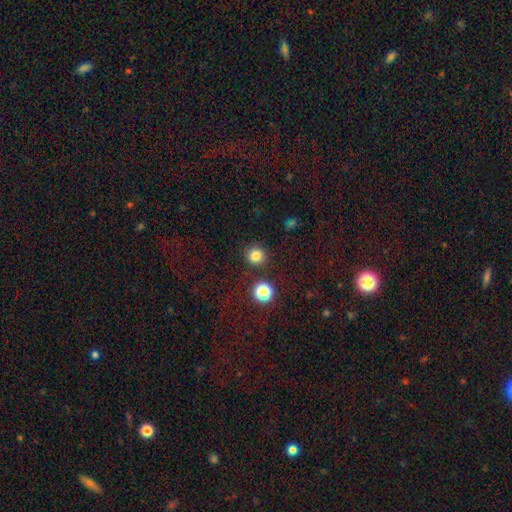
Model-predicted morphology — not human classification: A smooth galaxy with no disk features (81%) that is round (90%). Merging: none (88%).